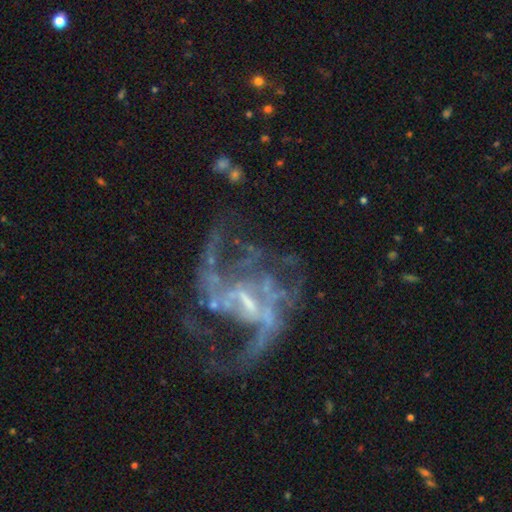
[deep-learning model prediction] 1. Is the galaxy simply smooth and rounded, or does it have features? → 82% featured or disk, 13% star or artifact, 6% smooth.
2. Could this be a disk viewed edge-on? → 97% no, 3% yes.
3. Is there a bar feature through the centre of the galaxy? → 46% weak, 30% no, 24% strong.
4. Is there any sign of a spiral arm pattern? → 82% yes, 18% no.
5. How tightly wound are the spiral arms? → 49% loose, 38% medium, 13% tight.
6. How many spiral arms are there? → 35% 2, 28% can't tell, 15% 3, 8% 1, 8% 4, 6% more than 4.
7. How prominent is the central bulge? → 47% small, 28% none, 21% moderate, 2% large, 1% dominant.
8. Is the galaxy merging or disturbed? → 40% major disturbance (tied), 40% none (tied), 14% minor disturbance, 5% merger.